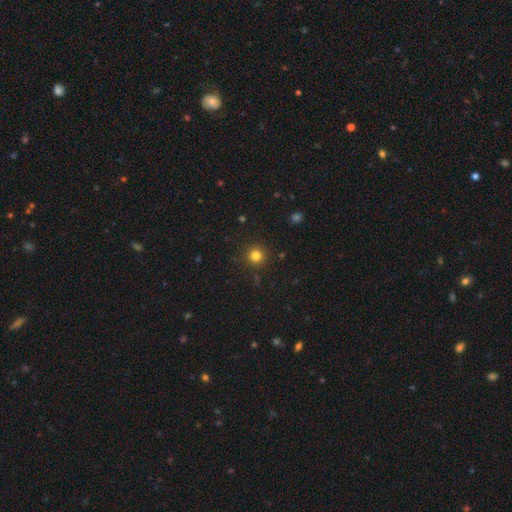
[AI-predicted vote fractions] This is clearly a smooth galaxy (81%). How rounded: clearly round (95%). Merging: clearly none (91%).